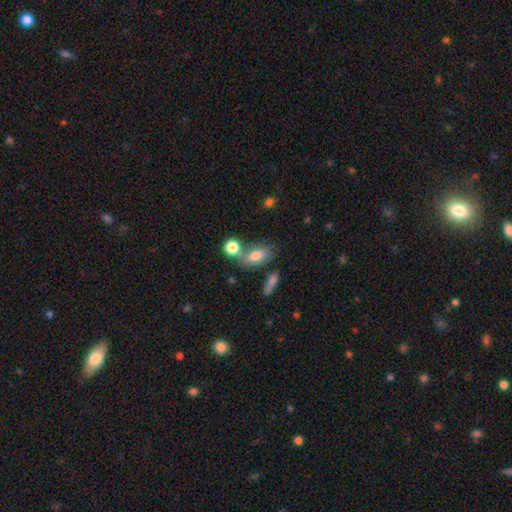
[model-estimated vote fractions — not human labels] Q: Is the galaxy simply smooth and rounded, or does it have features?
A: smooth — 75%.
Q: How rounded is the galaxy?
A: in between — 83%.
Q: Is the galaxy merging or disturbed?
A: none — 45%.